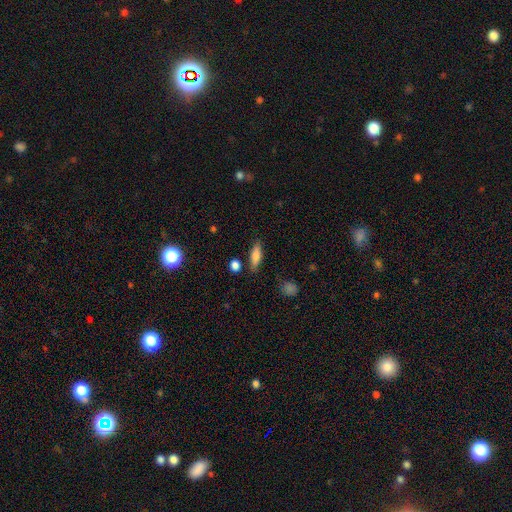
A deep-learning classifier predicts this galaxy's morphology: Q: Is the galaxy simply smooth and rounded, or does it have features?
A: smooth — 74%.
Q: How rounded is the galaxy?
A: in between — 51%.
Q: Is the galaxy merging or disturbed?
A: none — 82%.